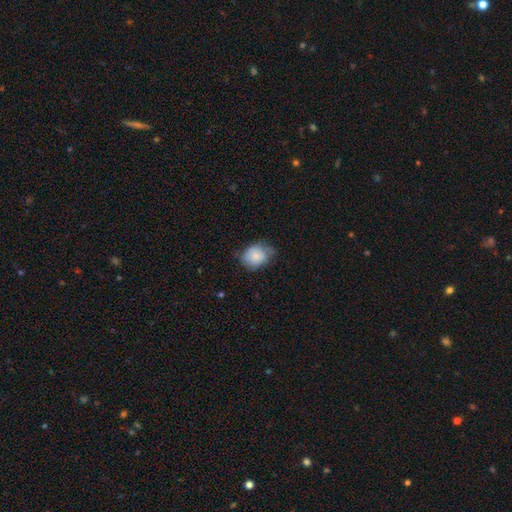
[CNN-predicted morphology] smooth_or_featured: smooth (p=0.73) [alt: featured or disk p=0.19]
how_rounded: round (p=0.51) [alt: in between p=0.48]
merging: none (p=0.48) [alt: minor disturbance p=0.37]